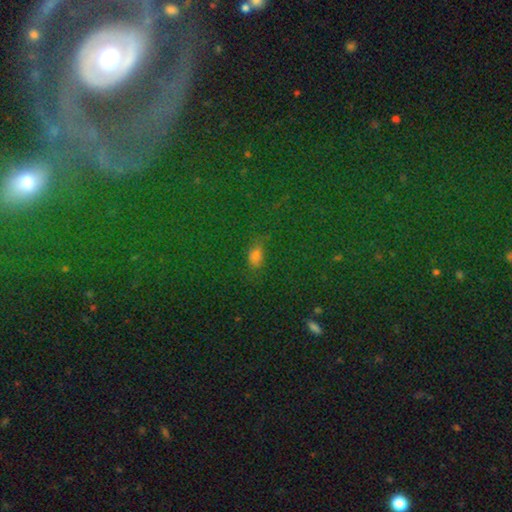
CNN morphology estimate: Smooth or featured? star or artifact (43%, tied with smooth)